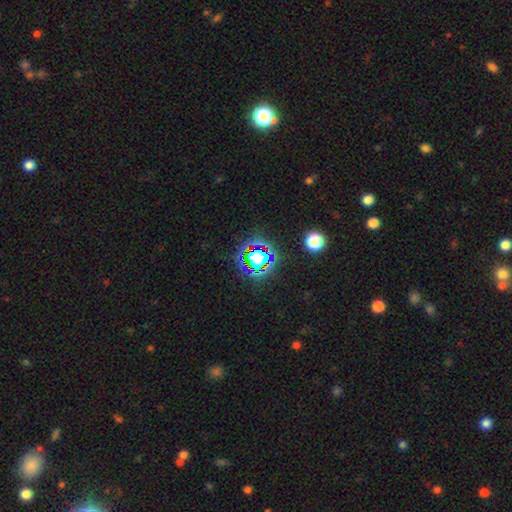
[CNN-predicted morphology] This appears to be a star or artifact, not a galaxy (64%).